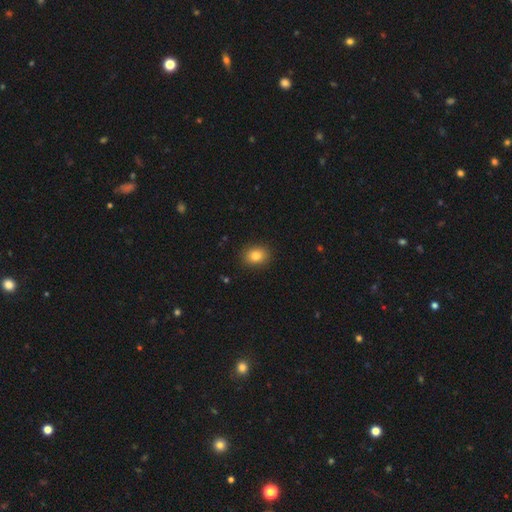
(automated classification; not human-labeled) Q: Smooth or featured?
A: smooth (82%); runner-up: star or artifact (11%)
Q: How rounded?
A: round (54%); runner-up: in between (45%)
Q: Merging?
A: none (90%); runner-up: minor disturbance (7%)